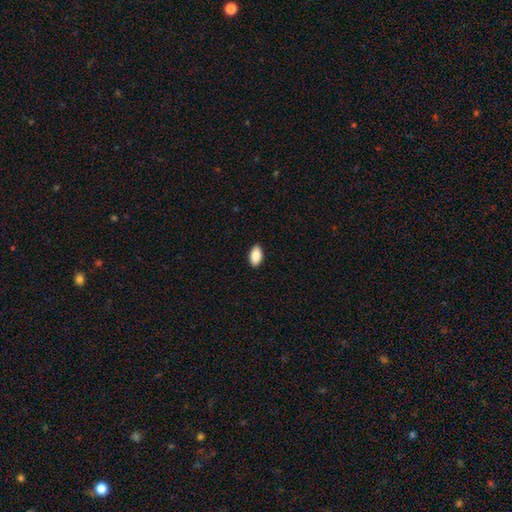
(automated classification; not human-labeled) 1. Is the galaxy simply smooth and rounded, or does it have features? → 88% smooth, 7% star or artifact, 5% featured or disk.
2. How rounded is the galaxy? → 94% in between, 4% round, 2% cigar-shaped.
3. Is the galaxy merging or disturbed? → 90% none, 8% minor disturbance, 2% major disturbance, 1% merger.